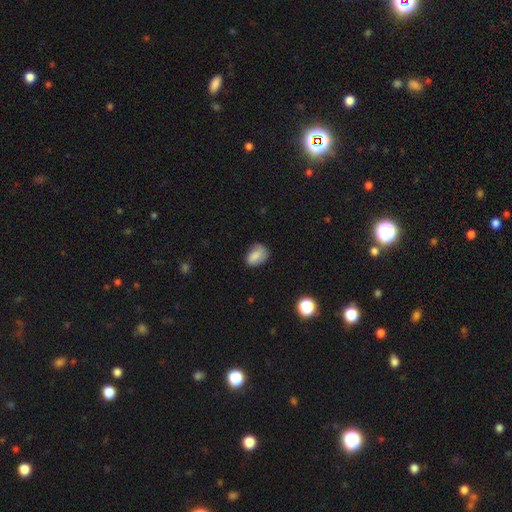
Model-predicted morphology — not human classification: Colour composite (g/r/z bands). It shows a smooth galaxy with no disk features (83%) that is in between round and cigar-shaped (81%). Merging: none (66%).